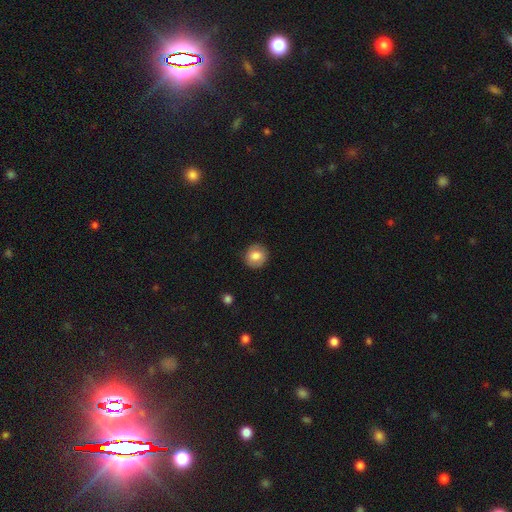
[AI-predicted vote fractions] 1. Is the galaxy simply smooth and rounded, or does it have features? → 80% smooth, 12% featured or disk, 8% star or artifact.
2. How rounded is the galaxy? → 88% round, 11% in between, 1% cigar-shaped.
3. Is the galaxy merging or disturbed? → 88% none, 9% minor disturbance, 2% major disturbance, 1% merger.